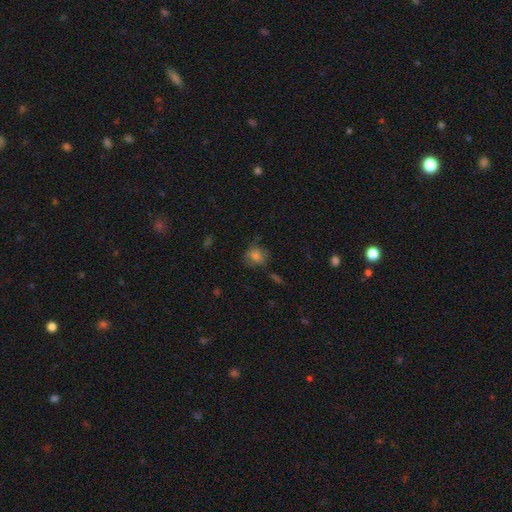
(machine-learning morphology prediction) smooth 72%, featured or disk 16%, star or artifact 11%. Down the decision tree: how rounded — round (69%); merging — none (62%).